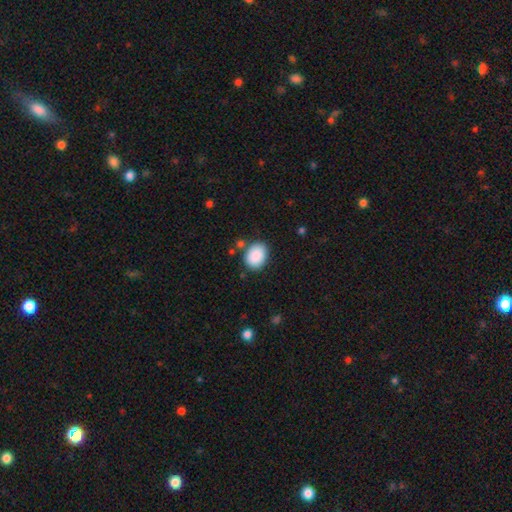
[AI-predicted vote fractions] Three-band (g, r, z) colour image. It shows a smooth galaxy with no disk features (89%) that is in between round and cigar-shaped (59%). Merging: none (80%).